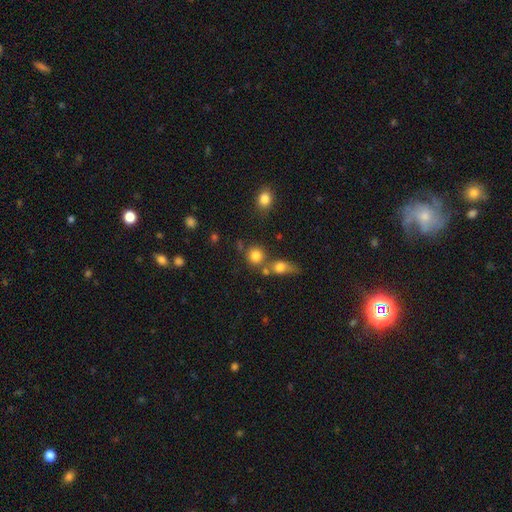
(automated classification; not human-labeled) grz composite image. It shows a smooth galaxy with no disk features (80%) that is round (87%). Merging: none (62%).